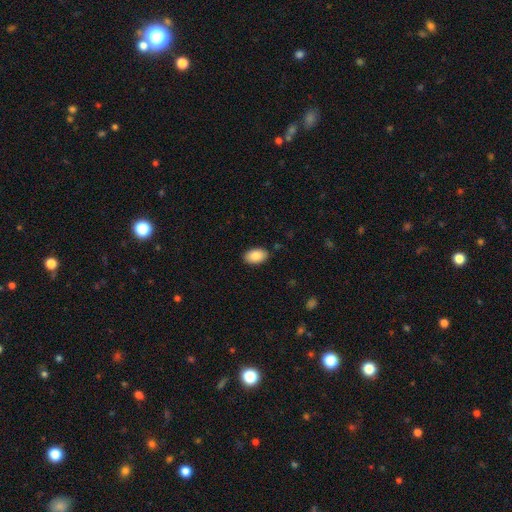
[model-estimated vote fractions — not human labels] smooth_or_featured: smooth (p=0.88) [alt: star or artifact p=0.07]
how_rounded: in between (p=0.91) [alt: round p=0.08]
merging: none (p=0.88) [alt: minor disturbance p=0.09]